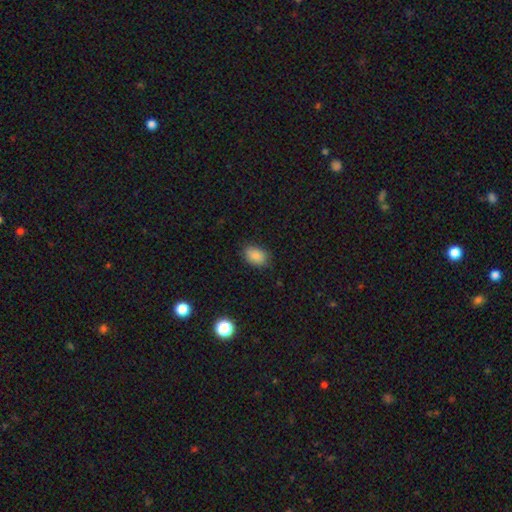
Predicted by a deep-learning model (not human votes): This appears to be a smooth galaxy with no disk features (87%) that is in between round and cigar-shaped (86%). Merging: none (83%).